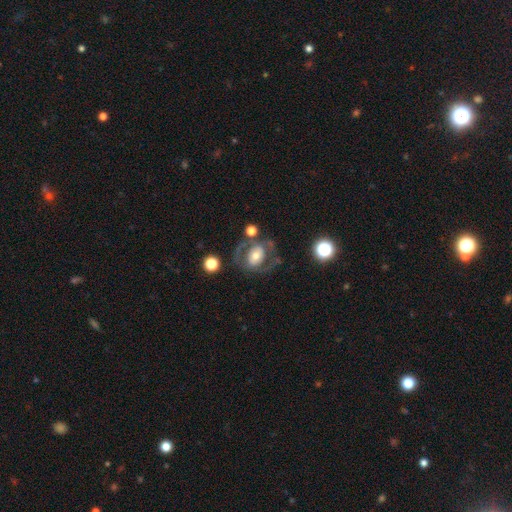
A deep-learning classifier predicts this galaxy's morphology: Smooth or featured? featured or disk (57%)
Edge-on disk? no (95%)
Bar? no (61%)
Spiral arms? no (60%)
Bulge size? moderate (59%)
Merging? none (59%)